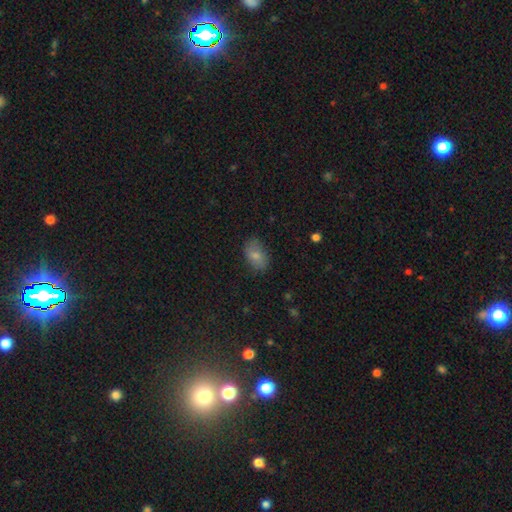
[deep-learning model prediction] The model was most divided on "merging": none: 77%, minor disturbance: 18%, major disturbance: 4%, merger: 1%. More confident: how rounded — in between (88%); smooth or featured — smooth (79%).